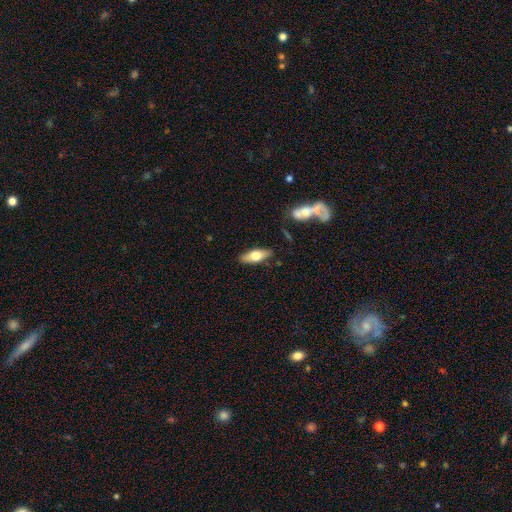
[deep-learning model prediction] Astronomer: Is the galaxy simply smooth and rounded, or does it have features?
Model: smooth — 61%.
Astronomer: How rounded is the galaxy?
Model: in between — 69%.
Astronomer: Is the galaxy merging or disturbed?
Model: none — 84%.